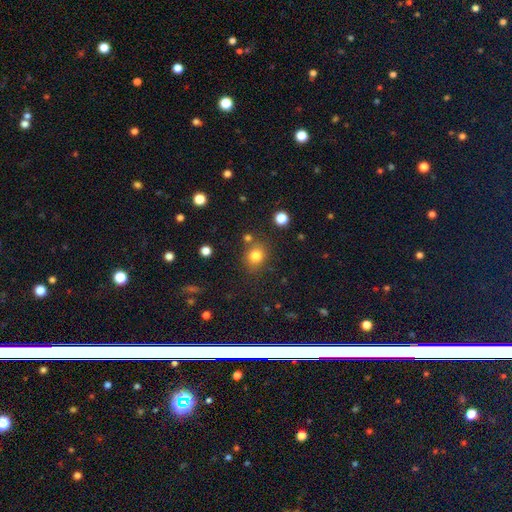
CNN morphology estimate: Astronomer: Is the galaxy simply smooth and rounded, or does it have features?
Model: smooth — 80%.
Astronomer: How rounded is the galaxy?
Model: round — 70%.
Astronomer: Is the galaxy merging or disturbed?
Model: none — 76%.